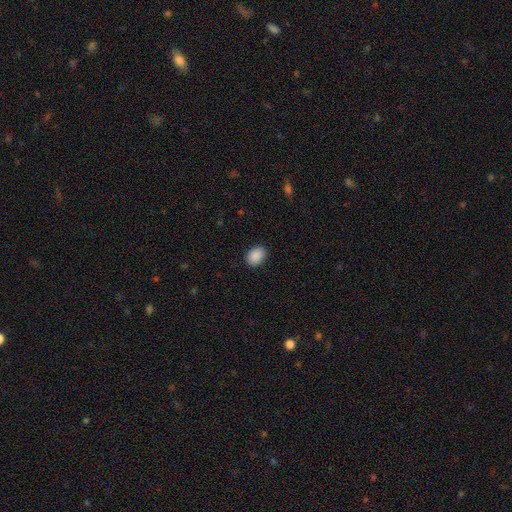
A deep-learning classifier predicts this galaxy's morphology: A smooth galaxy with no disk features (90%) that is in between round and cigar-shaped (73%). Merging: none (88%).